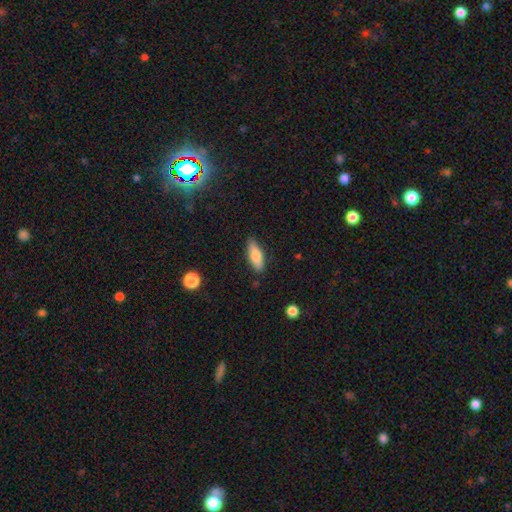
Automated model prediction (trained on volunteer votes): Smooth or featured? Predicted: smooth (p=0.75). How rounded? Predicted: in between (p=0.63). Merging? Predicted: none (p=0.85).